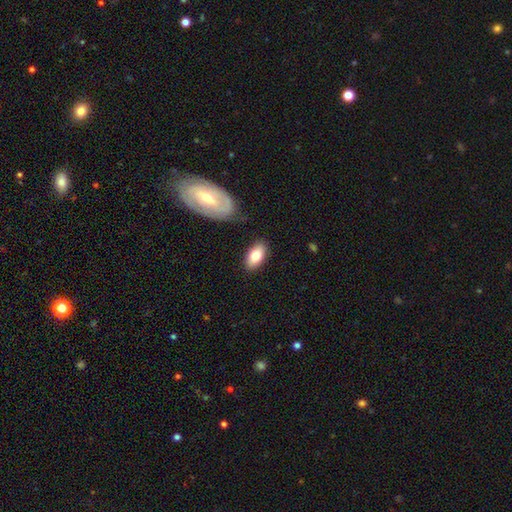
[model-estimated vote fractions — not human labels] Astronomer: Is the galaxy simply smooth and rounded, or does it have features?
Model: smooth — 77%.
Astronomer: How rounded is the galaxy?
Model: in between — 91%.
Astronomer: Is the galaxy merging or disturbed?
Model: none — 84%.